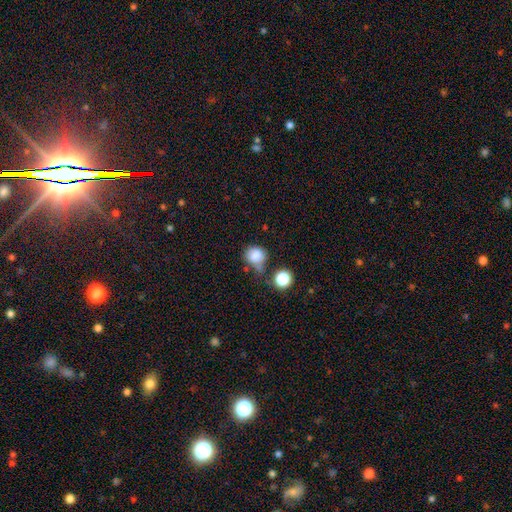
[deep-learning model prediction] Smooth or featured: smooth — 82% (star or artifact — 11%)
How rounded: round — 76% (in between — 23%)
Merging: none — 45% (minor disturbance — 25%)